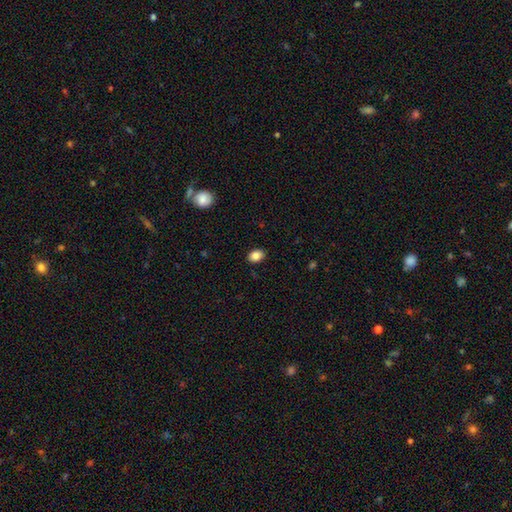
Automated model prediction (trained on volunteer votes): A smooth galaxy with no disk features (86%) that is in between round and cigar-shaped (72%).

Vote fractions:
- Smooth or featured? smooth: 86% / star or artifact: 9% / featured or disk: 5%
- How rounded? in between: 72% / round: 27% / cigar-shaped: 1%
- Merging? none: 88% / minor disturbance: 9% / major disturbance: 2% / merger: 1%